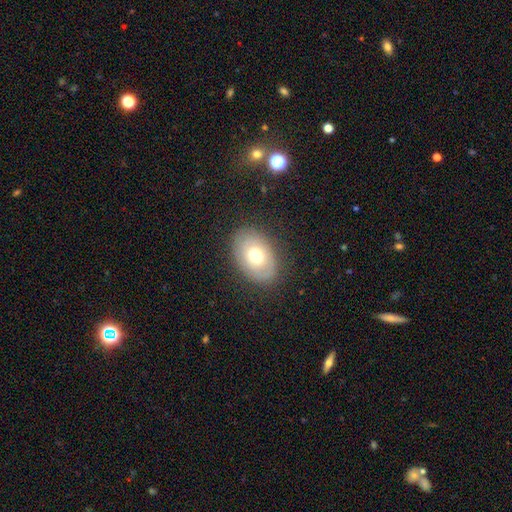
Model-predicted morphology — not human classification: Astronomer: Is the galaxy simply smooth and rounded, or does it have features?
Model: smooth — 65%.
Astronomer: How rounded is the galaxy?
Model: in between — 79%.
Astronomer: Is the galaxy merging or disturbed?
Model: none — 84%.